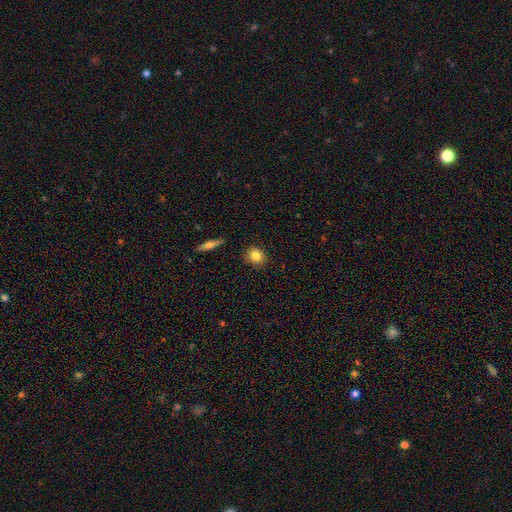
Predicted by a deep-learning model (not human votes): Overall: smooth (83%). How rounded: round (73%). Merging: none (89%).